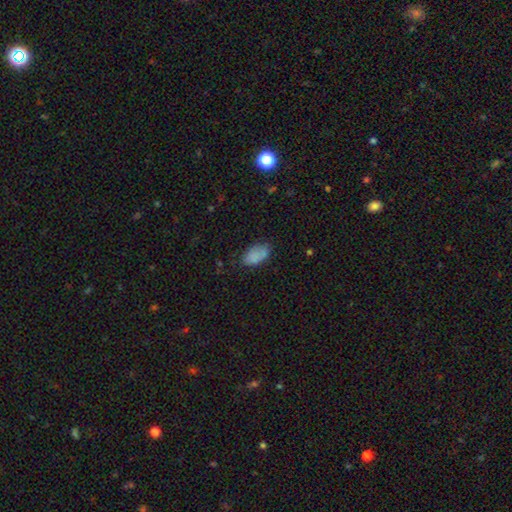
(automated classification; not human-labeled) Q: Smooth or featured?
A: smooth (81%); runner-up: star or artifact (10%)
Q: How rounded?
A: in between (93%); runner-up: round (4%)
Q: Merging?
A: none (65%); runner-up: minor disturbance (25%)